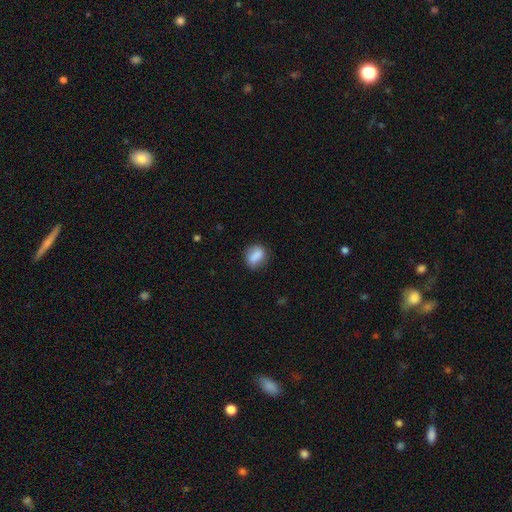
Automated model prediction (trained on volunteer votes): Overall: smooth (82%). How rounded: in between (62%; round 33%). Merging: none (75%).